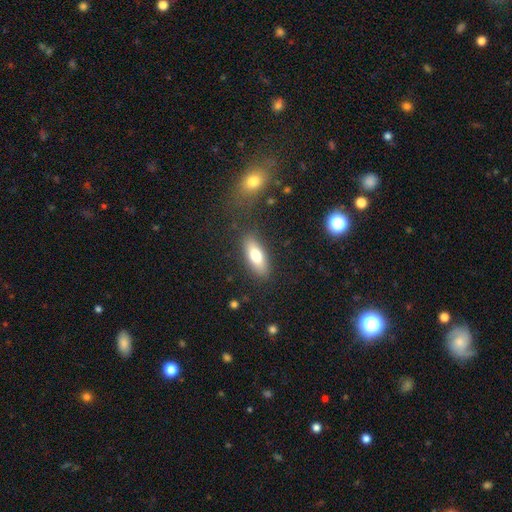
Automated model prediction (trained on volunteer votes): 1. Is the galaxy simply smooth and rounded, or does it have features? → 72% smooth, 21% featured or disk, 7% star or artifact.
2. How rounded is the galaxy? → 72% in between, 25% cigar-shaped, 3% round.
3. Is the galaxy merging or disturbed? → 84% none, 11% minor disturbance, 3% major disturbance, 2% merger.